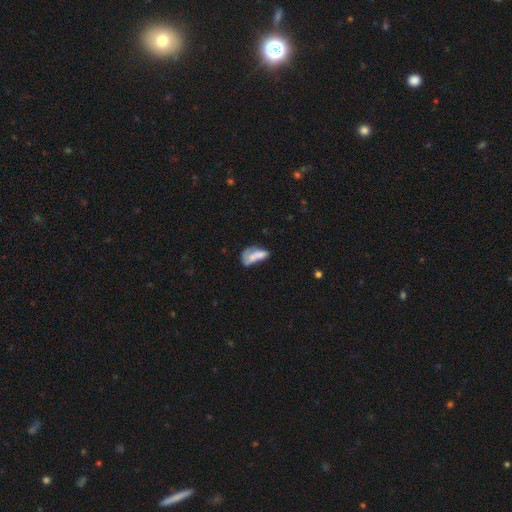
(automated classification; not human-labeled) smooth-or-featured: smooth: 59% | featured or disk: 31% | star or artifact: 10%
  how-rounded: in between: 76% | cigar-shaped: 19% | round: 5%
  merging: major disturbance: 31% | none: 25% | merger: 23% | minor disturbance: 21%